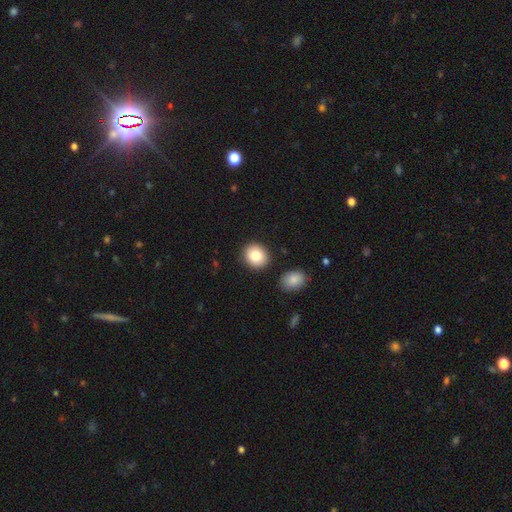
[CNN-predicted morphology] smooth-or-featured: smooth: 84% | star or artifact: 8% | featured or disk: 8%
  how-rounded: round: 75% | in between: 24% | cigar-shaped: 1%
  merging: none: 87% | minor disturbance: 7% | merger: 4% | major disturbance: 2%